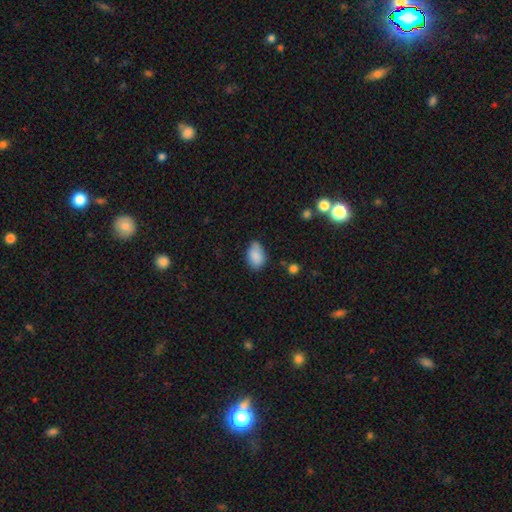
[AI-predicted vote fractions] Smooth or featured? smooth (86%)
How rounded? in between (87%)
Merging? none (60%)